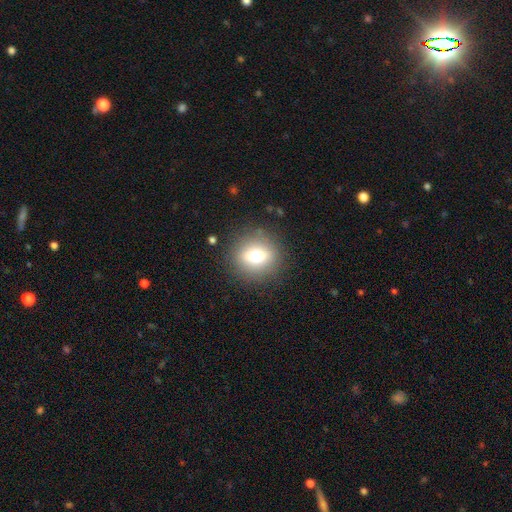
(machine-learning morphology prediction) Smooth or featured? Predicted: smooth (p=0.66). How rounded? Predicted: round (p=0.82). Merging? Predicted: none (p=0.86).